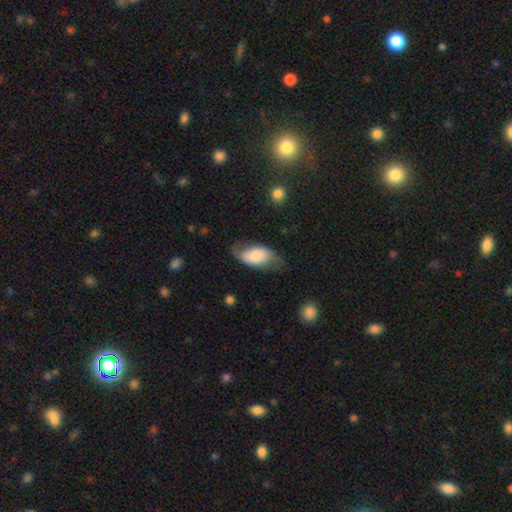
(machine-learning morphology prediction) smooth_or_featured: smooth (p=0.56) [alt: featured or disk p=0.37]
how_rounded: in between (p=0.92) [alt: round p=0.05]
merging: none (p=0.55) [alt: minor disturbance p=0.29]